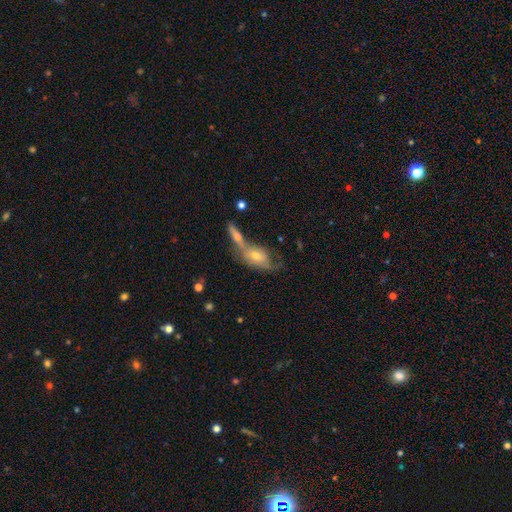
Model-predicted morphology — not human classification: A featured or disk galaxy (53%).

Vote fractions:
- Smooth or featured? featured or disk: 53% / smooth: 38% / star or artifact: 9%
- Edge-on disk? no: 81% / yes: 19%
- Merging? merger: 50% / none: 25% / minor disturbance: 13% / major disturbance: 12%